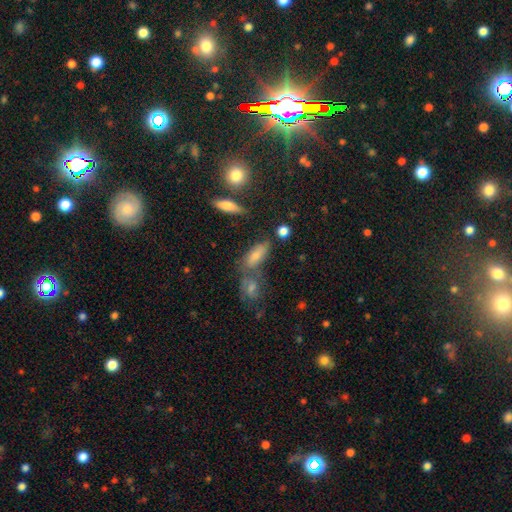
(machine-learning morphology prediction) smooth 61%, featured or disk 24%, star or artifact 15%. Down the decision tree: how rounded — in between (65%); merging — none (55%).